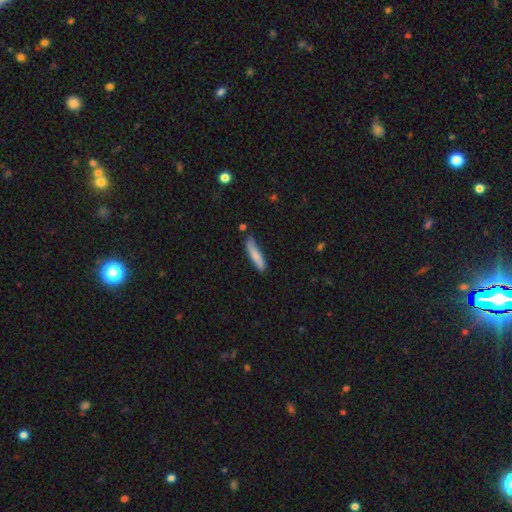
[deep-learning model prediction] smooth 78%, featured or disk 16%, star or artifact 6%. Down the decision tree: how rounded — cigar-shaped (84%); merging — none (75%).